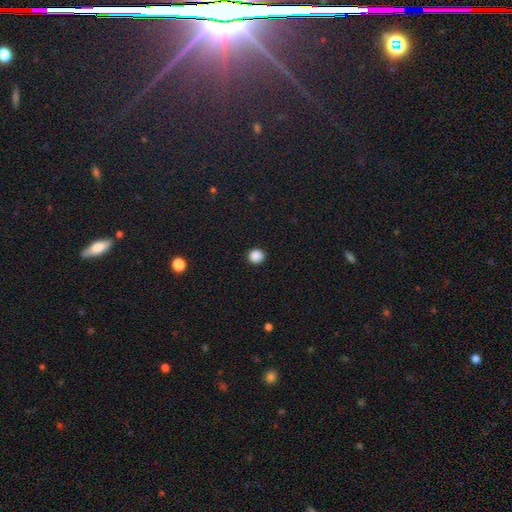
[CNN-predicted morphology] Smooth or featured: smooth — 88% (star or artifact — 10%)
How rounded: round — 88% (in between — 11%)
Merging: none — 91% (minor disturbance — 6%)